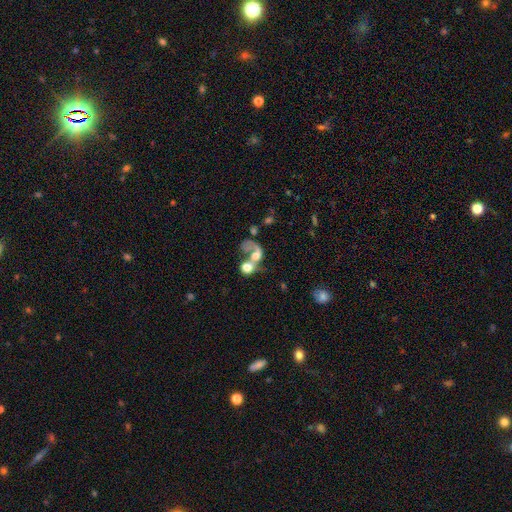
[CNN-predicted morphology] smooth_or_featured: featured or disk (p=0.45) [tied with: smooth p=0.45]
merging: merger (p=0.70) [alt: major disturbance p=0.16]